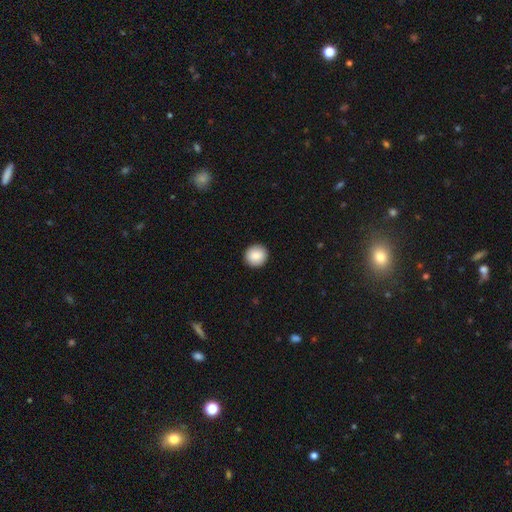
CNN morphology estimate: A smooth galaxy with no disk features (87%) that is round (91%).

Vote fractions:
- Smooth or featured? smooth: 87% / star or artifact: 8% / featured or disk: 5%
- How rounded? round: 91% / in between: 9% / cigar-shaped: 1%
- Merging? none: 92% / minor disturbance: 5% / major disturbance: 2% / merger: 1%